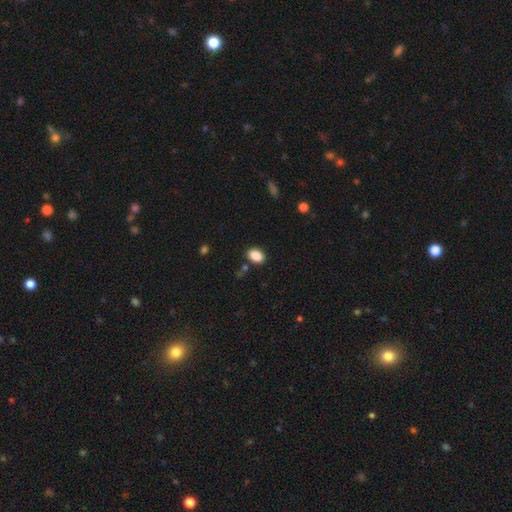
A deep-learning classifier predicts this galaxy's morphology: smooth-or-featured: smooth: 88% | star or artifact: 8% | featured or disk: 4%
  how-rounded: in between: 84% | round: 15% | cigar-shaped: 1%
  merging: none: 85% | minor disturbance: 10% | merger: 3% | major disturbance: 2%